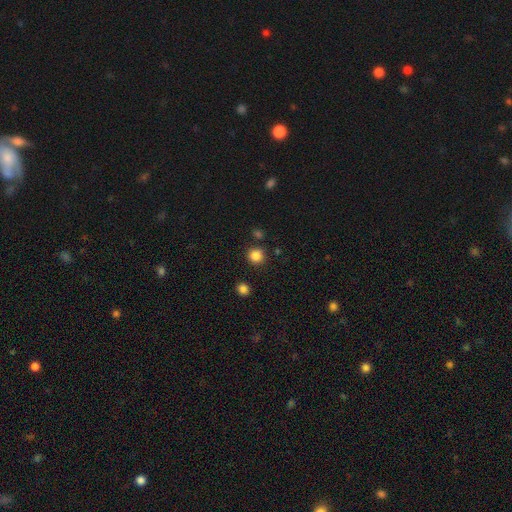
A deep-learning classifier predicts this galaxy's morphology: A smooth galaxy with no disk features (85%) that is round (91%).

Vote fractions:
- Smooth or featured? smooth: 85% / star or artifact: 12% / featured or disk: 3%
- How rounded? round: 91% / in between: 8% / cigar-shaped: 1%
- Merging? none: 87% / minor disturbance: 7% / merger: 3% / major disturbance: 2%